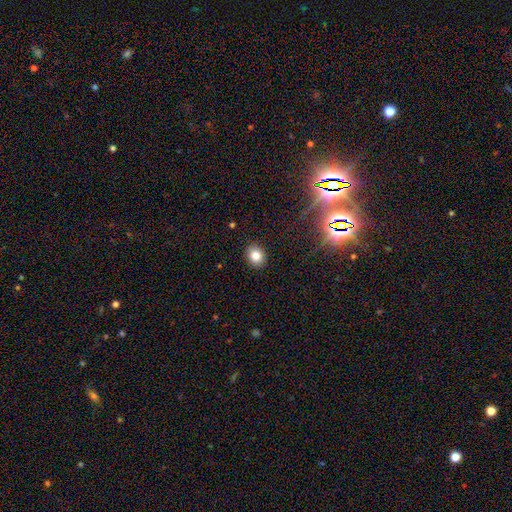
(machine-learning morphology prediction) This appears to be a smooth galaxy with no disk features (81%) that is round (56%). Merging: none (90%).